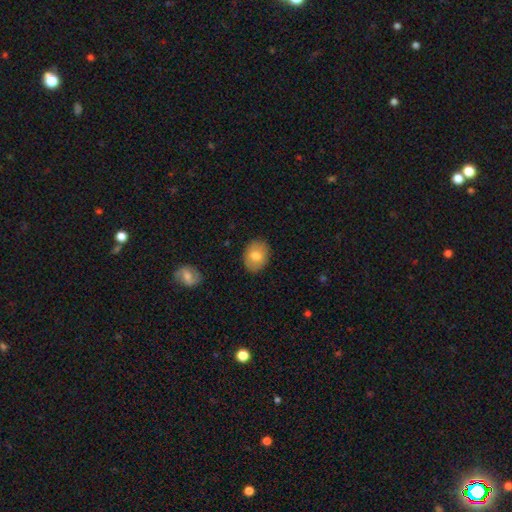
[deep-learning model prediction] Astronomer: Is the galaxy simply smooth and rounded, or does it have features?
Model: smooth — 77%.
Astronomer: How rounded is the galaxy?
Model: in between — 57% (runner-up: round, 42%).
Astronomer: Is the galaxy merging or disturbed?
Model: none — 88%.